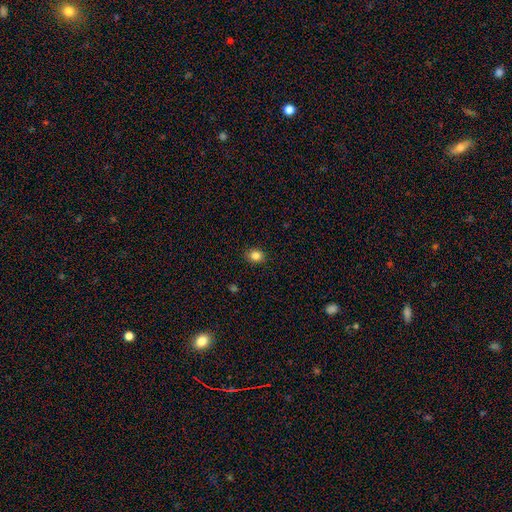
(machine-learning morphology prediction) type=smooth (84%); roundness=round (58%); merging=none (89%).